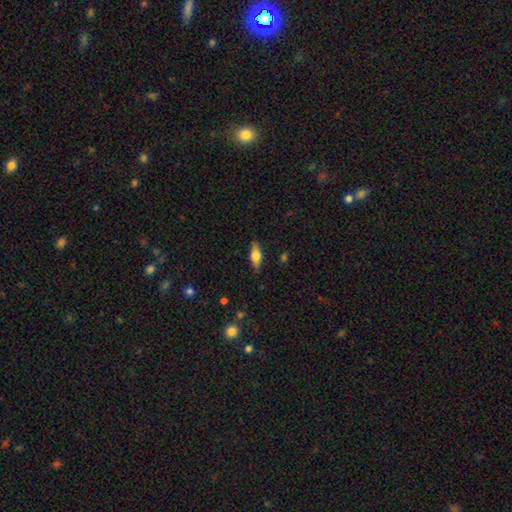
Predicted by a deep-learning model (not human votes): smooth_or_featured: smooth (p=0.58) [alt: featured or disk p=0.36]
how_rounded: in between (p=0.67) [alt: cigar-shaped p=0.30]
merging: none (p=0.84) [alt: minor disturbance p=0.12]